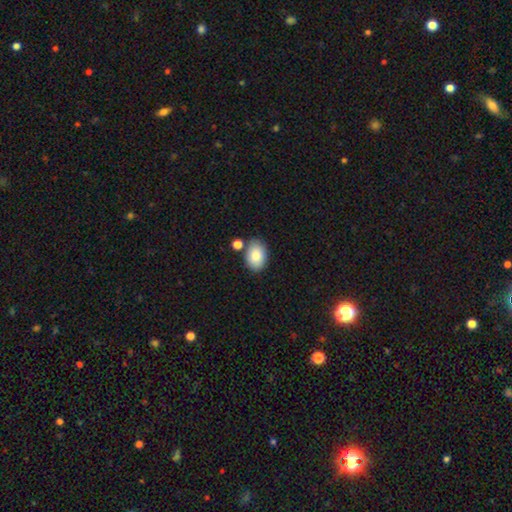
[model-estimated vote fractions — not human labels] smooth 84%, featured or disk 9%, star or artifact 7%. Down the decision tree: how rounded — in between (83%); merging — none (76%).